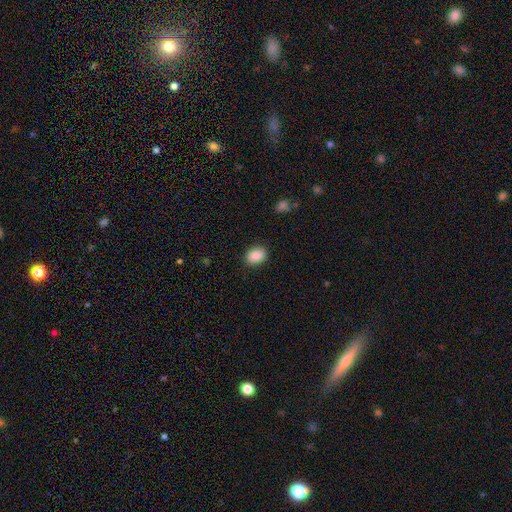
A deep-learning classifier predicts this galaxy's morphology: A smooth galaxy with no disk features (89%) that is in between round and cigar-shaped (66%).

Vote fractions:
- Smooth or featured? smooth: 89% / star or artifact: 8% / featured or disk: 4%
- How rounded? in between: 66% / round: 33% / cigar-shaped: 1%
- Merging? none: 88% / minor disturbance: 9% / major disturbance: 2% / merger: 1%